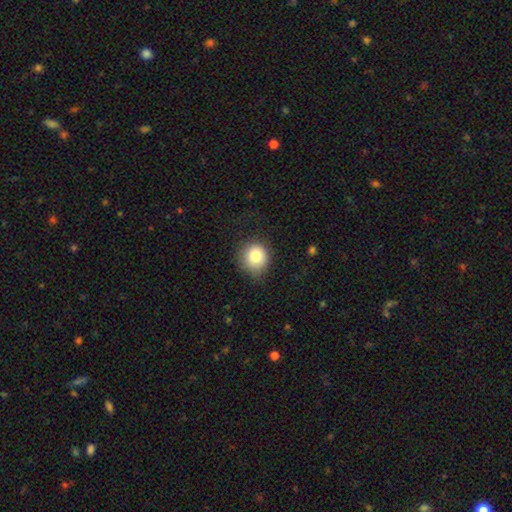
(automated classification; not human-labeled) A smooth galaxy with no disk features (81%) that is round (85%).

Vote fractions:
- Smooth or featured? smooth: 81% / star or artifact: 10% / featured or disk: 8%
- How rounded? round: 85% / in between: 14% / cigar-shaped: 1%
- Merging? none: 76% / minor disturbance: 18% / major disturbance: 5% / merger: 1%